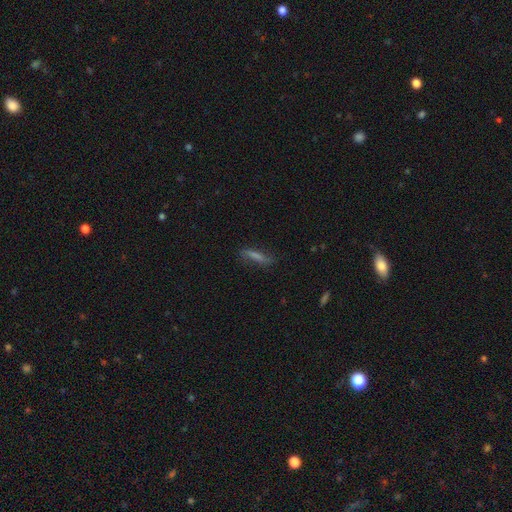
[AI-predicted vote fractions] The model was most divided on "smooth or featured": smooth: 51%, featured or disk: 35%, star or artifact: 14%. More confident: how rounded — cigar-shaped (80%); merging — none (74%).